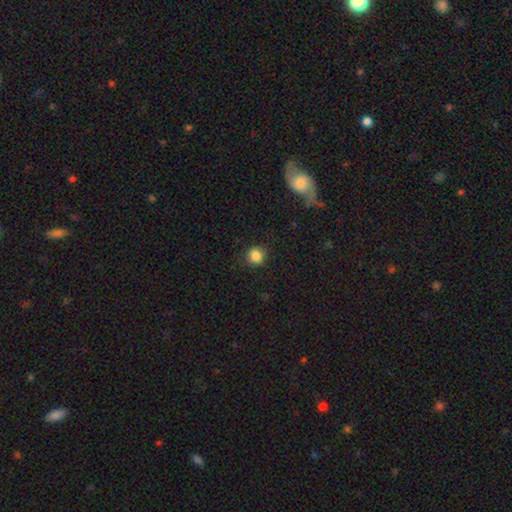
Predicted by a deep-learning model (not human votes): A smooth galaxy with no disk features (85%) that is round (87%). Merging: none (86%).